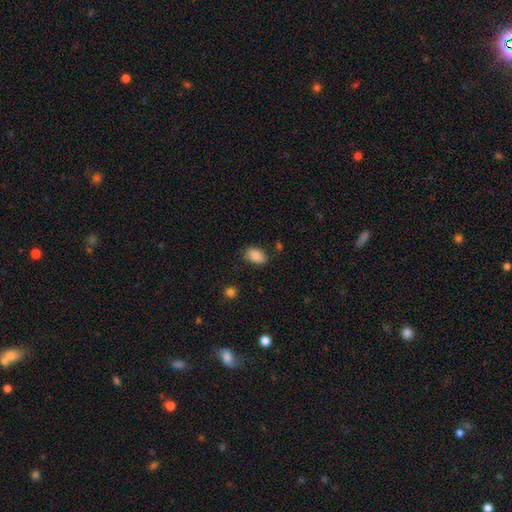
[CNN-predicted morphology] type=smooth (85%); roundness=in between (89%); merging=none (75%).